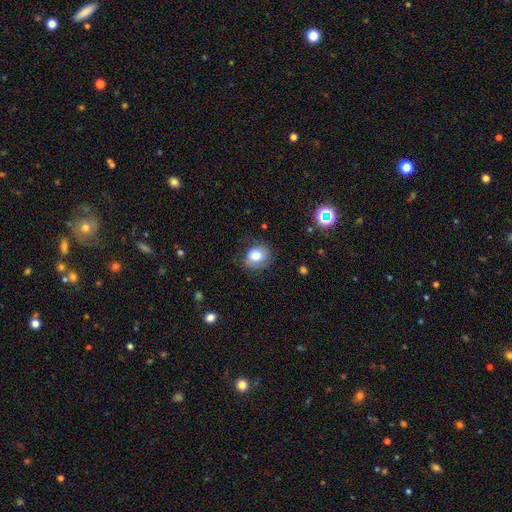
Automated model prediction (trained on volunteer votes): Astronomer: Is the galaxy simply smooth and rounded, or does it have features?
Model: smooth — 78%.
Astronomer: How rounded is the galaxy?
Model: round — 59% (runner-up: in between, 40%).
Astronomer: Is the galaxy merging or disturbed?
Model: none — 66%.